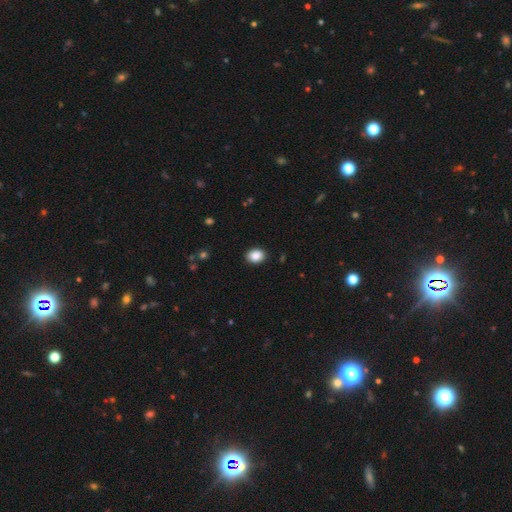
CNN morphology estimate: This appears to be a smooth galaxy with no disk features (88%) that is in between round and cigar-shaped (62%). Merging: none (90%).